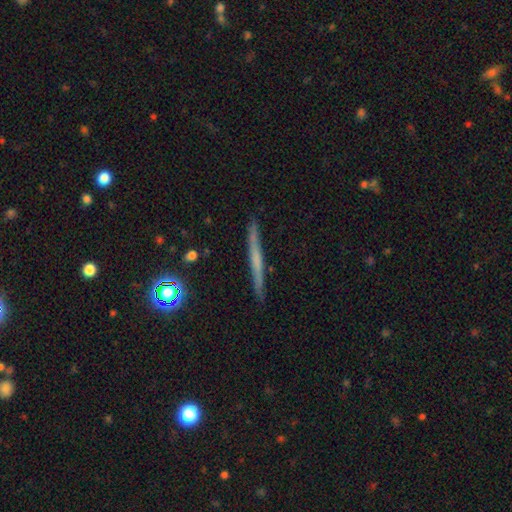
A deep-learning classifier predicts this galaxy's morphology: featured or disk 51%, smooth 40%, star or artifact 9%. Down the decision tree: edge-on disk — yes (97%); merging — none (89%).